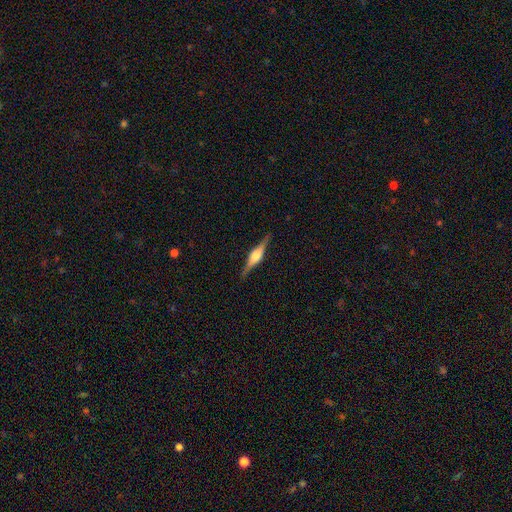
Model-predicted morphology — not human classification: Smooth or featured? Predicted: featured or disk (p=0.81). Edge-on disk? Predicted: yes (p=0.98). Edge-on bulge? Predicted: rounded (p=0.84). Merging? Predicted: none (p=0.89).